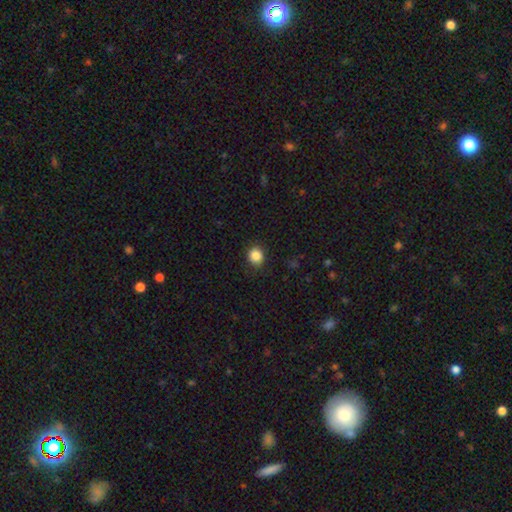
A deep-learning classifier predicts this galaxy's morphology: Smooth or featured? Predicted: smooth (p=0.86). How rounded? Predicted: round (p=0.82). Merging? Predicted: none (p=0.88).